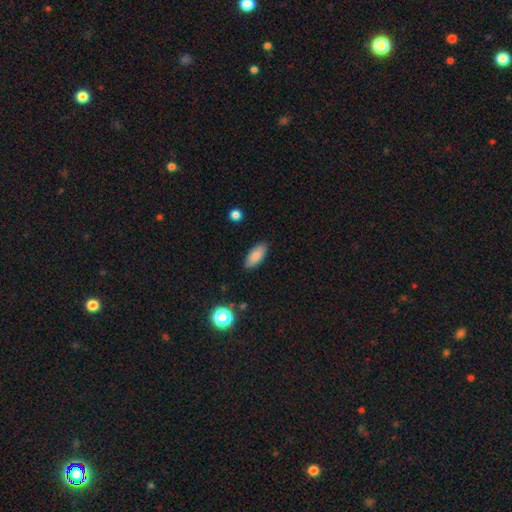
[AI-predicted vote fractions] This is clearly a smooth galaxy (86%). How rounded: clearly in between (85%). Merging: clearly none (88%).